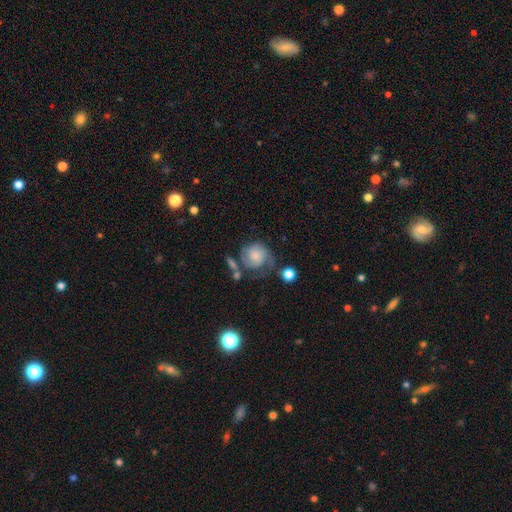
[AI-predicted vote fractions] Overall: featured or disk (56%; smooth 36%). Edge-on disk: no (98%). Bar: no (75%). Spiral arms: yes (88%). Bulge size: small (36%; moderate 33%). Merging: none (44%; minor disturbance 24%).